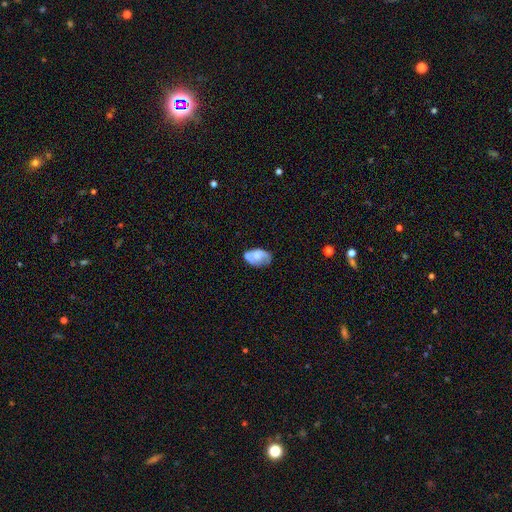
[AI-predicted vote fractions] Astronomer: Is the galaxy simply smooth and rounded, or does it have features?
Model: smooth — 55% (runner-up: featured or disk, 37%).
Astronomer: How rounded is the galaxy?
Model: in between — 89%.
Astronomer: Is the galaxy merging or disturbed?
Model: none — 47% (runner-up: minor disturbance, 29%).